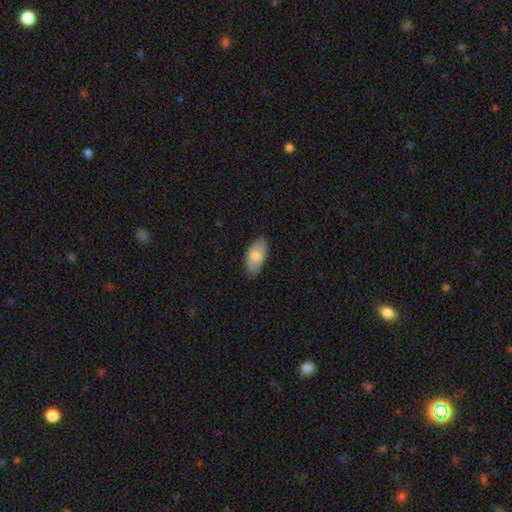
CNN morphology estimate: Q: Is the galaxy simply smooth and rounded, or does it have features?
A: smooth — 80%.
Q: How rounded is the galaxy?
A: in between — 93%.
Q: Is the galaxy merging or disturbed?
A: none — 83%.